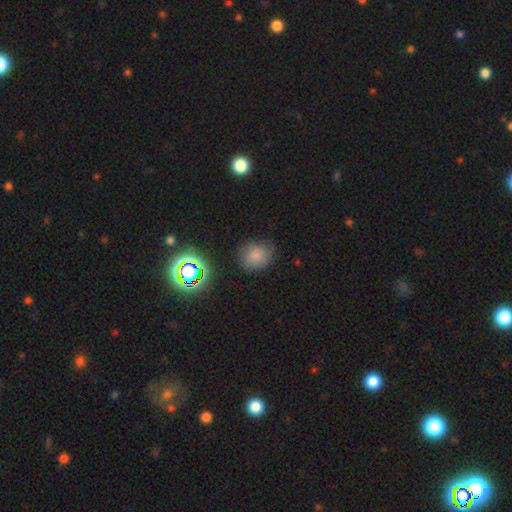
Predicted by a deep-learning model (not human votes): Smooth or featured? Predicted: smooth (p=0.73). How rounded? Predicted: round (p=0.76). Merging? Predicted: none (p=0.72).